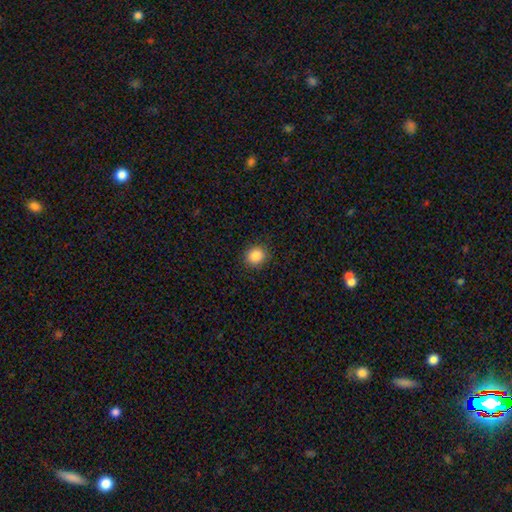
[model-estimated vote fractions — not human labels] Smooth or featured?
  - smooth: 87% *
  - star or artifact: 10%
  - featured or disk: 3%
How rounded?
  - round: 80% *
  - in between: 19%
  - cigar-shaped: 1%
Merging?
  - none: 90% *
  - minor disturbance: 7%
  - major disturbance: 2%
  - merger: 1%